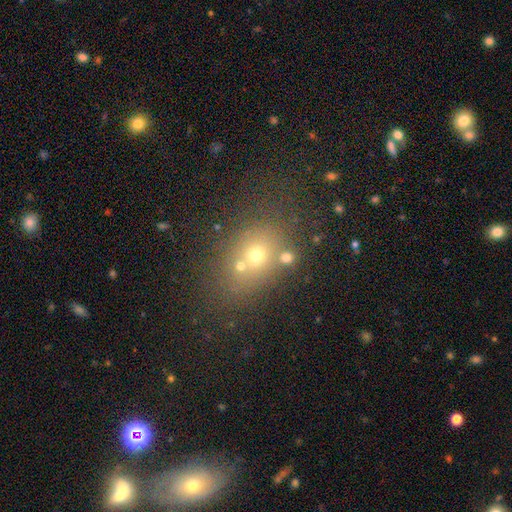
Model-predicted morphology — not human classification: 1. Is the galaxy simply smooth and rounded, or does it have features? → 60% smooth, 22% star or artifact, 18% featured or disk.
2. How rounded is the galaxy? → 53% in between, 45% round, 2% cigar-shaped.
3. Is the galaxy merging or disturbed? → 61% none, 20% merger, 12% minor disturbance, 6% major disturbance.